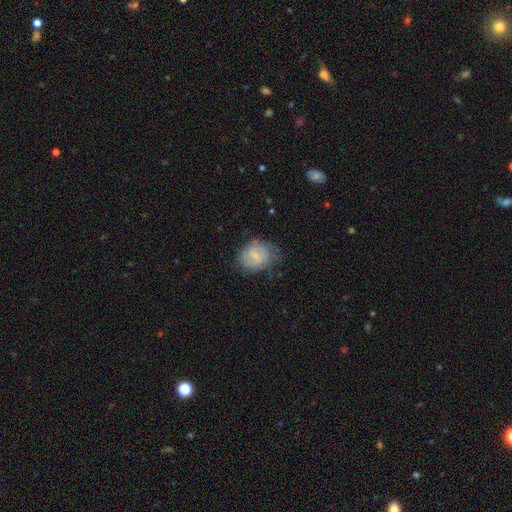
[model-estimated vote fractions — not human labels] A smooth galaxy with no disk features (49%). Merging: none (61%).